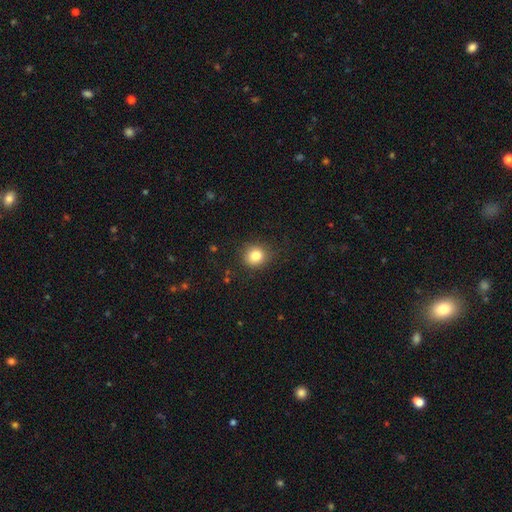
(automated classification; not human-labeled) smooth 82%, star or artifact 12%, featured or disk 7%. Down the decision tree: how rounded — round (84%); merging — none (85%).